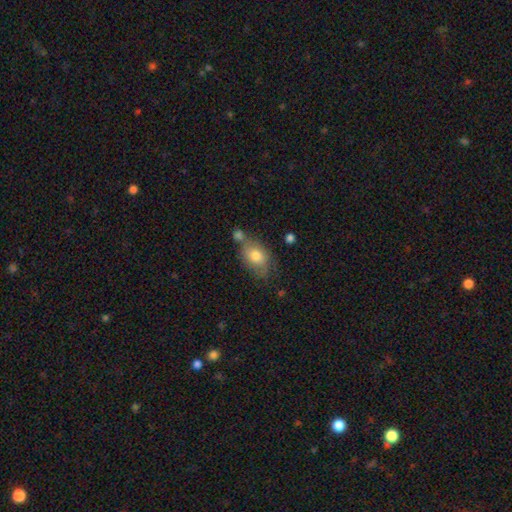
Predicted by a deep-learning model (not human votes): The model was most divided on "merging": none: 45%, merger: 23%, minor disturbance: 23%, major disturbance: 9%. More confident: how rounded — in between (80%); smooth or featured — smooth (74%).